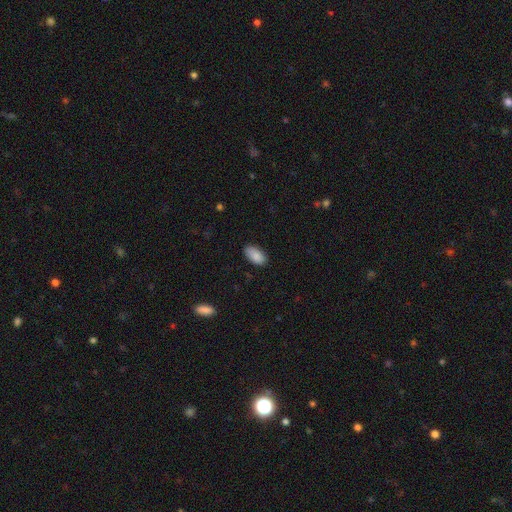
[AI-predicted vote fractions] A smooth galaxy with no disk features (88%) that is in between round and cigar-shaped (95%). Merging: none (84%).